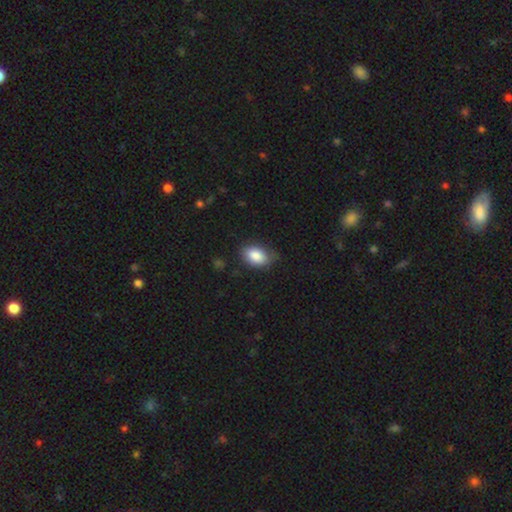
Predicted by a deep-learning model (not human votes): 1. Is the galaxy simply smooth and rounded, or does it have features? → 86% smooth, 7% star or artifact, 7% featured or disk.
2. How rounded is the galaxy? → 88% in between, 11% round, 1% cigar-shaped.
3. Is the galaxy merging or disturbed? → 72% none, 22% minor disturbance, 5% major disturbance, 1% merger.